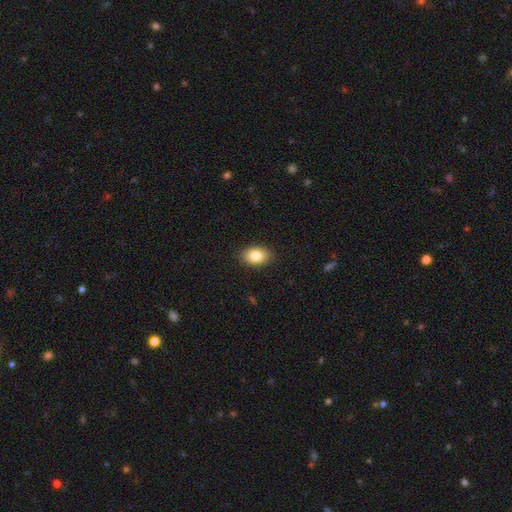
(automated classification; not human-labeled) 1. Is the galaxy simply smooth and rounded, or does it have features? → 84% smooth, 8% star or artifact, 8% featured or disk.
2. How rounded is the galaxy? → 83% in between, 15% round, 1% cigar-shaped.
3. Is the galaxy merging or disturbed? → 89% none, 8% minor disturbance, 2% major disturbance, 1% merger.